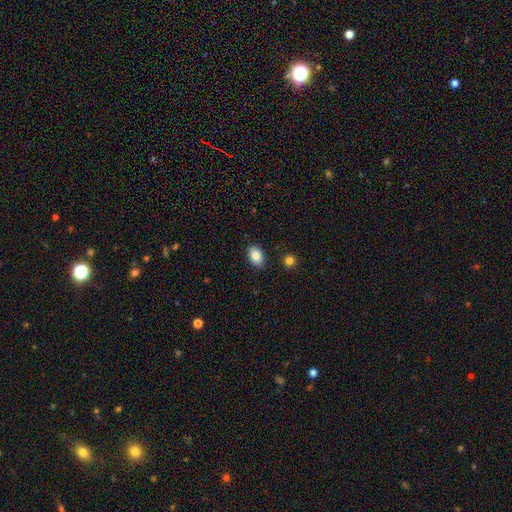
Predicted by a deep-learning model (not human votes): Smooth or featured? smooth (86%)
How rounded? in between (86%)
Merging? none (88%)